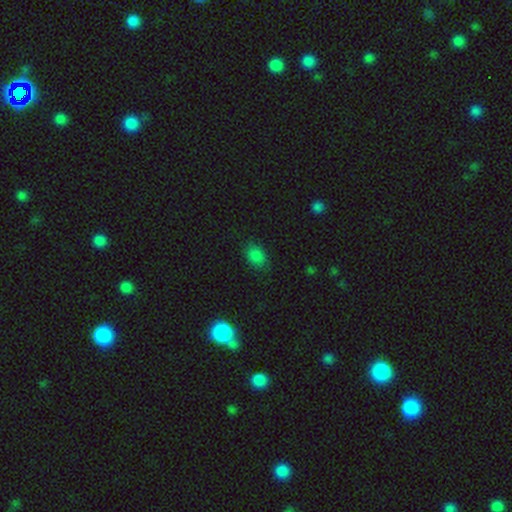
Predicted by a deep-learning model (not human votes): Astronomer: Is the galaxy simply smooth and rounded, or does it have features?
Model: smooth — 83%.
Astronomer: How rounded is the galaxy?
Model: in between — 77%.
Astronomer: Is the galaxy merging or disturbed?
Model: none — 81%.